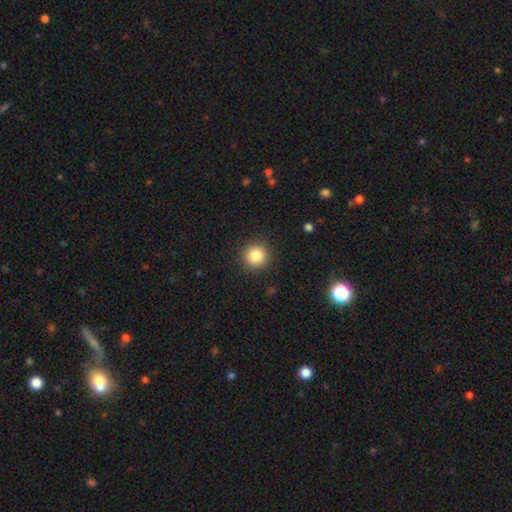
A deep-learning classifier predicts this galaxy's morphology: Smooth or featured?
  - smooth: 85% *
  - star or artifact: 10%
  - featured or disk: 5%
How rounded?
  - round: 94% *
  - in between: 5%
  - cigar-shaped: 1%
Merging?
  - none: 90% *
  - minor disturbance: 6%
  - major disturbance: 2%
  - merger: 1%